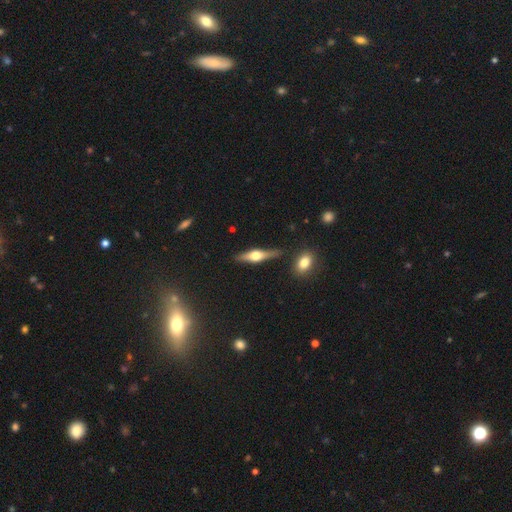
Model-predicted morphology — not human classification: smooth-or-featured: featured or disk: 62% | smooth: 32% | star or artifact: 6%
  disk-edge-on: yes: 95% | no: 5%
    edge-on-bulge: rounded: 94% | boxy: 4% | none: 2%
  merging: none: 82% | minor disturbance: 11% | merger: 4% | major disturbance: 3%